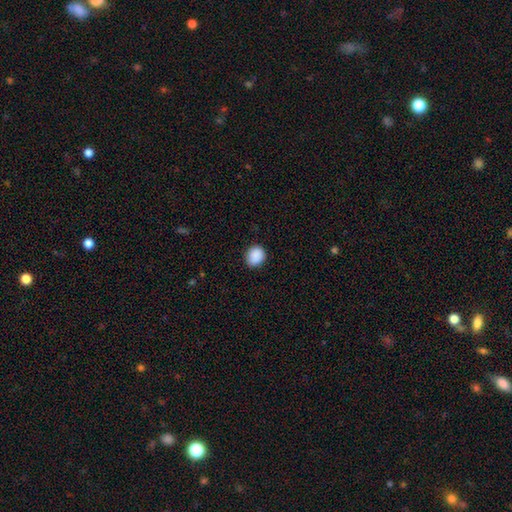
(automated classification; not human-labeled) Smooth or featured: smooth — 89% (star or artifact — 8%)
How rounded: round — 76% (in between — 23%)
Merging: none — 86% (minor disturbance — 11%)